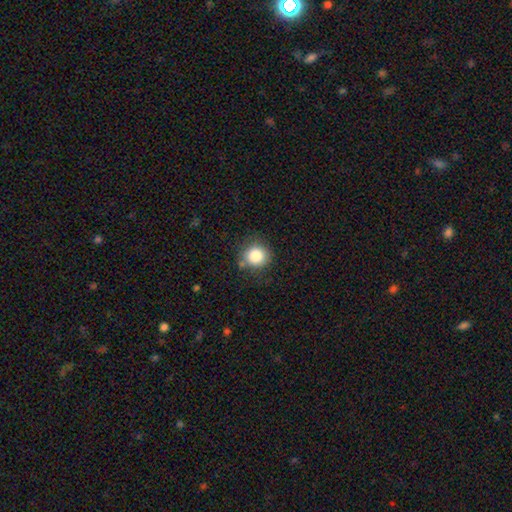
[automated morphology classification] Smooth or featured? Predicted: smooth (p=0.83). How rounded? Predicted: round (p=0.90). Merging? Predicted: none (p=0.77).